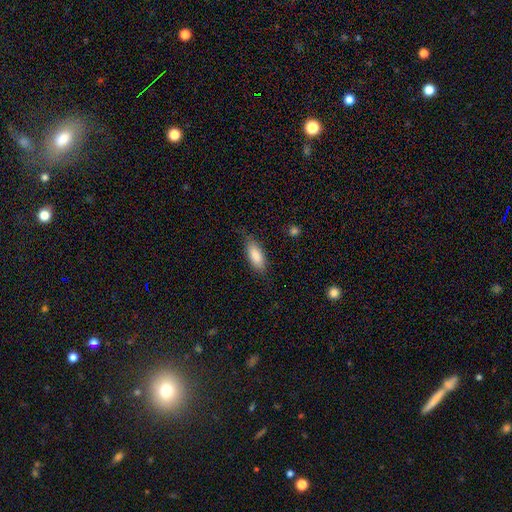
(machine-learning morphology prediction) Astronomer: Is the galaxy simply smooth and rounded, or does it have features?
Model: smooth — 85%.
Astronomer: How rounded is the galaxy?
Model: in between — 78%.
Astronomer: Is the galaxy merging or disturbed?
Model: none — 76%.